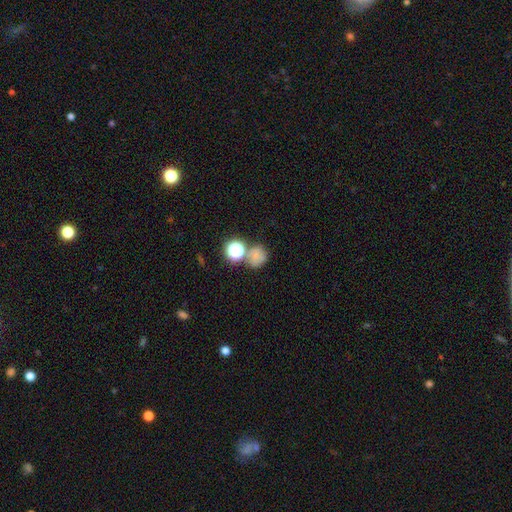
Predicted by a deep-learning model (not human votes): Morphology: type=smooth (64%); roundness=round (75%); merging=none (52%).